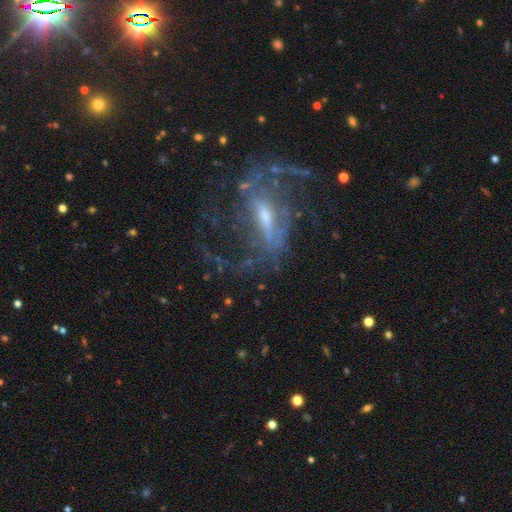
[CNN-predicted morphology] Q: Smooth or featured?
A: featured or disk (83%); runner-up: star or artifact (11%)
Q: Edge-on disk?
A: no (92%); runner-up: yes (8%)
Q: Bar?
A: strong (48%); runner-up: weak (38%)
Q: Spiral arms?
A: yes (93%); runner-up: no (7%)
Q: Spiral winding?
A: loose (44%); runner-up: medium (43%)
Q: Spiral arm count?
A: 2 (75%); runner-up: can't tell (10%)
Q: Bulge size?
A: small (46%); runner-up: moderate (42%)
Q: Merging?
A: none (62%); runner-up: major disturbance (21%)